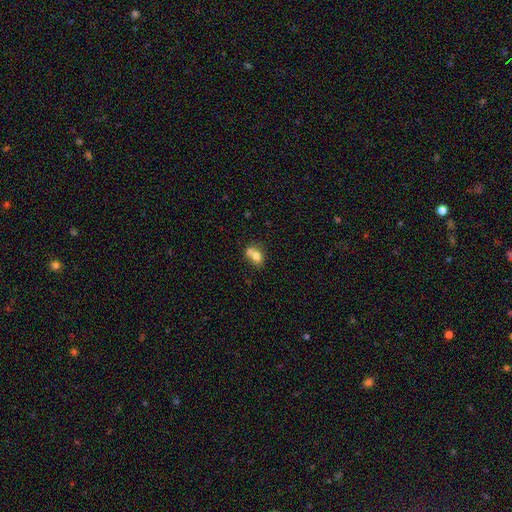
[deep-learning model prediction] smooth-or-featured: smooth: 73% | featured or disk: 18% | star or artifact: 10%
  how-rounded: in between: 55% | round: 43% | cigar-shaped: 1%
  merging: merger: 54% | none: 32% | minor disturbance: 10% | major disturbance: 4%